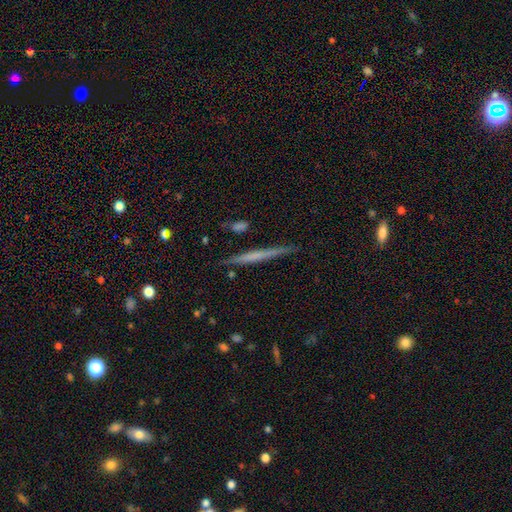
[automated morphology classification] Smooth or featured? featured or disk (49%)
Merging? none (88%)